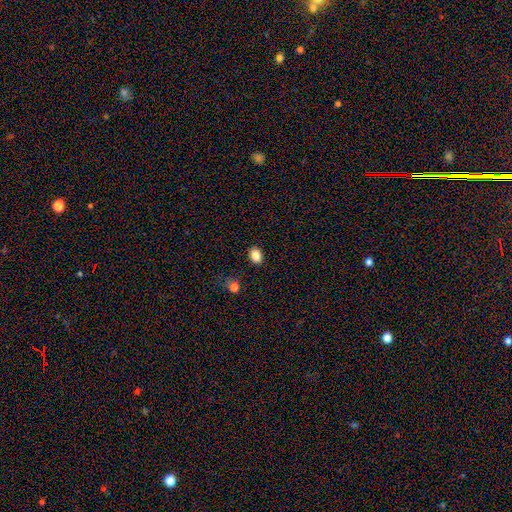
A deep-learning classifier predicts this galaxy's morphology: A smooth galaxy with no disk features (85%) that is in between round and cigar-shaped (69%). Merging: none (88%).